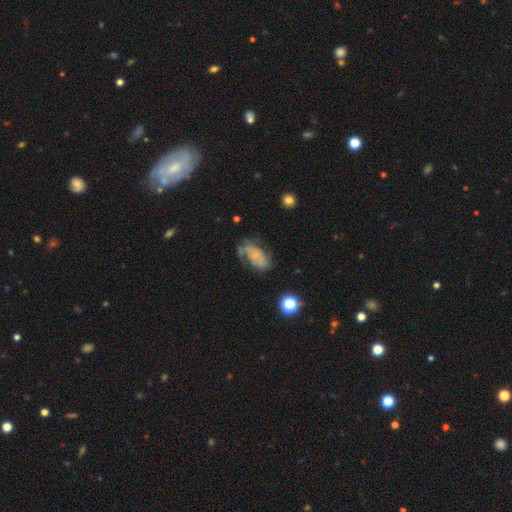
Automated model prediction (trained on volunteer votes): The model was most divided on "merging": none: 46%, minor disturbance: 28%, major disturbance: 21%, merger: 4%. More confident: edge-on disk — no (96%); spiral arms — yes (78%); bar — no (74%); bulge size — small (61%); smooth or featured — featured or disk (59%).